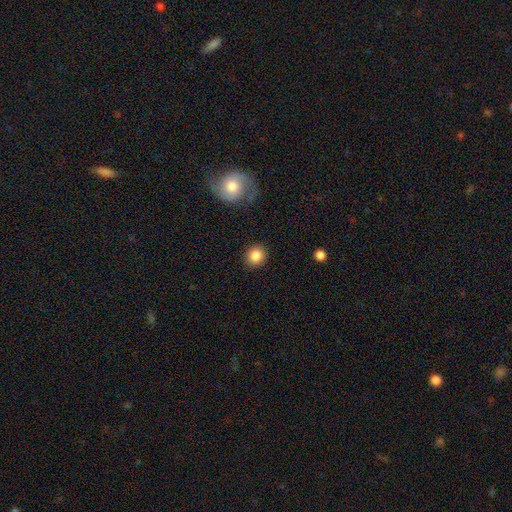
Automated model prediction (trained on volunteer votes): A smooth galaxy with no disk features (86%) that is round (83%).

Vote fractions:
- Smooth or featured? smooth: 86% / star or artifact: 9% / featured or disk: 5%
- How rounded? round: 83% / in between: 16% / cigar-shaped: 1%
- Merging? none: 89% / minor disturbance: 7% / major disturbance: 2% / merger: 2%